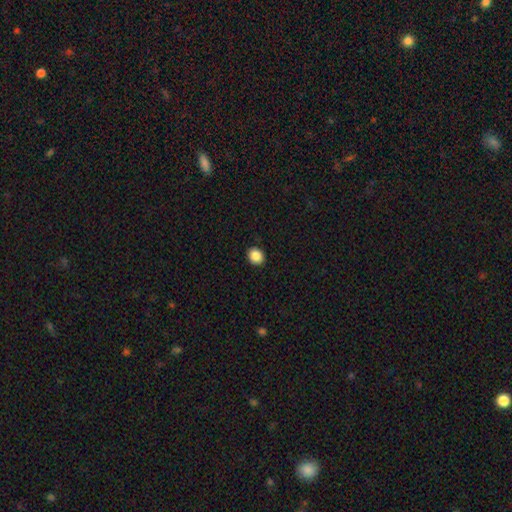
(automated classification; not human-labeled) Smooth or featured? Predicted: smooth (p=0.88). How rounded? Predicted: round (p=0.66). Merging? Predicted: none (p=0.91).